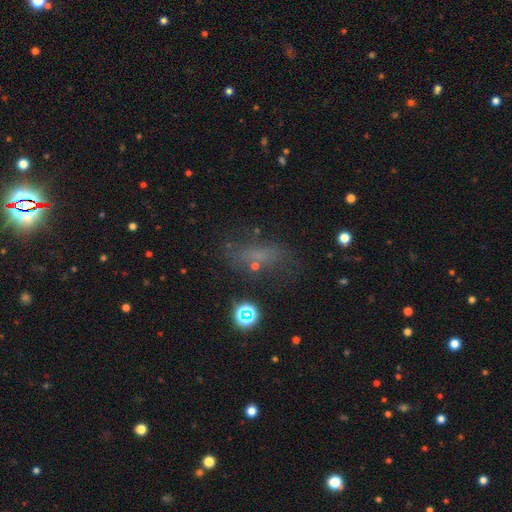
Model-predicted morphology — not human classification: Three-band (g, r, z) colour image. It shows a smooth galaxy with no disk features (47%). Merging: none (57%).